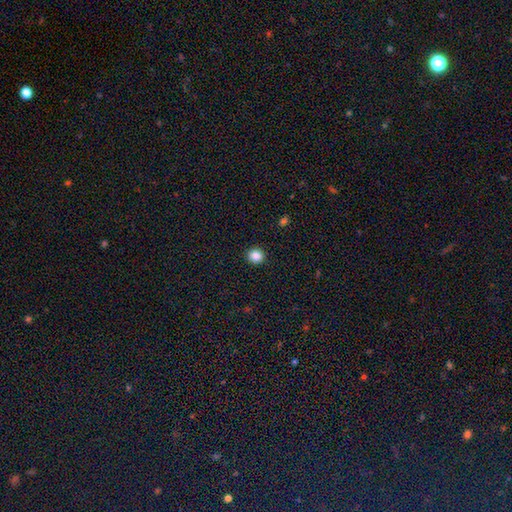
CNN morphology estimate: A smooth galaxy with no disk features (86%) that is round (90%). Merging: none (93%).